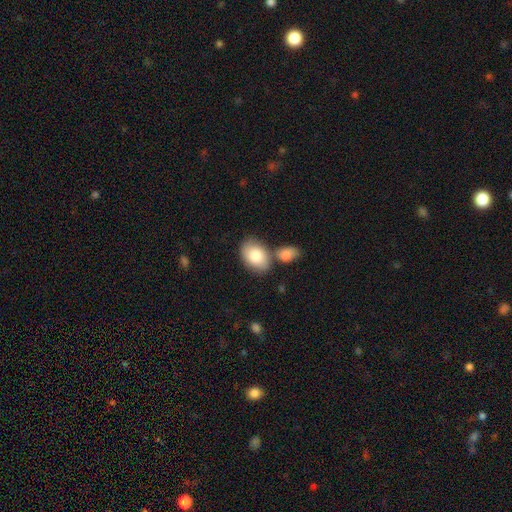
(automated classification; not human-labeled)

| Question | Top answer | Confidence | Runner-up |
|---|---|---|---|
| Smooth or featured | smooth | 82% | featured or disk (12%) |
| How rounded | in between | 85% | round (14%) |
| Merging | none | 60% | merger (22%) |